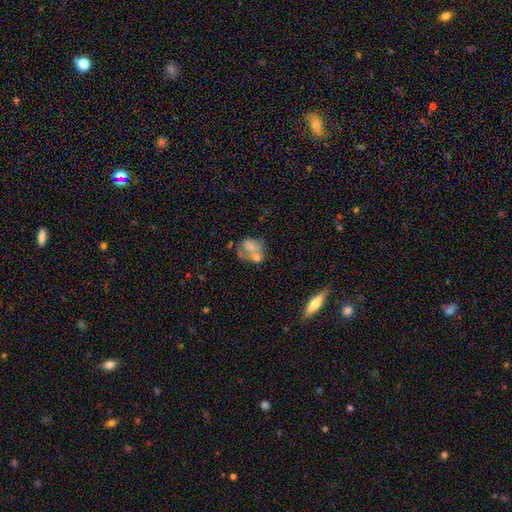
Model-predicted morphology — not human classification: Smooth or featured? smooth (49%)
Merging? merger (38%)